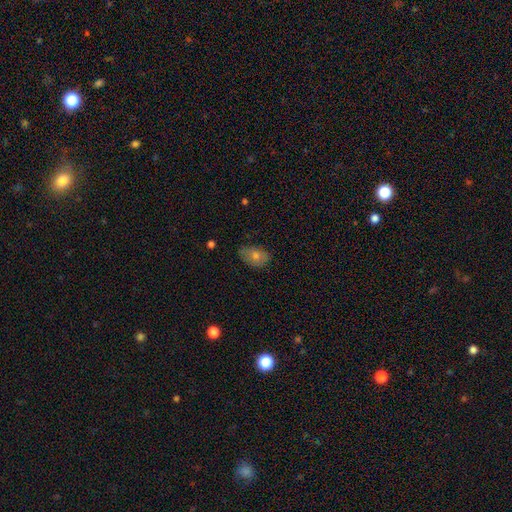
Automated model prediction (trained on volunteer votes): A smooth galaxy with no disk features (63%) that is in between round and cigar-shaped (82%). Merging: none (70%).